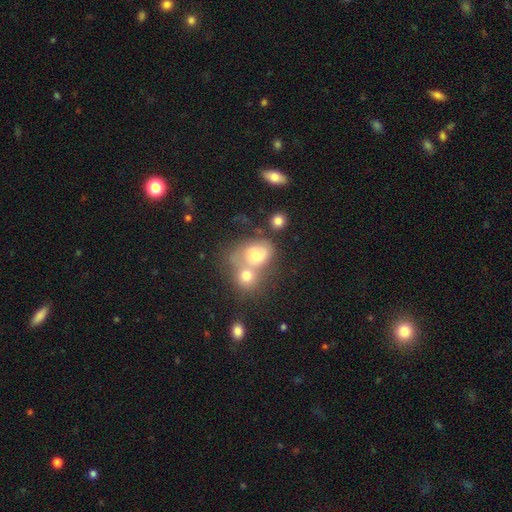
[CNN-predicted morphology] Smooth or featured? smooth (57%)
How rounded? in between (55%)
Merging? merger (56%)